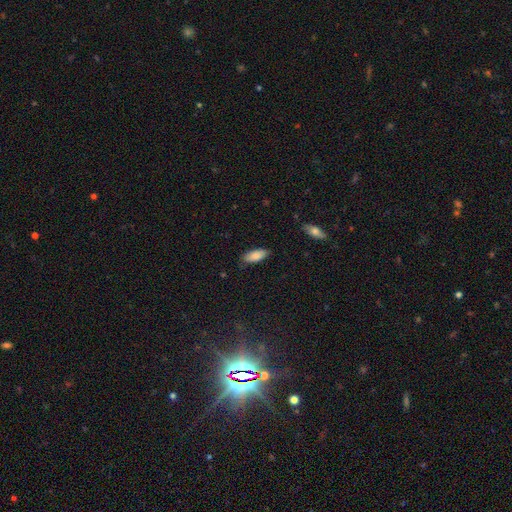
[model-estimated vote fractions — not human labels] A smooth galaxy with no disk features (85%) that is in between round and cigar-shaped (80%).

Vote fractions:
- Smooth or featured? smooth: 85% / featured or disk: 9% / star or artifact: 6%
- How rounded? in between: 80% / cigar-shaped: 18% / round: 2%
- Merging? none: 80% / minor disturbance: 16% / major disturbance: 3% / merger: 1%